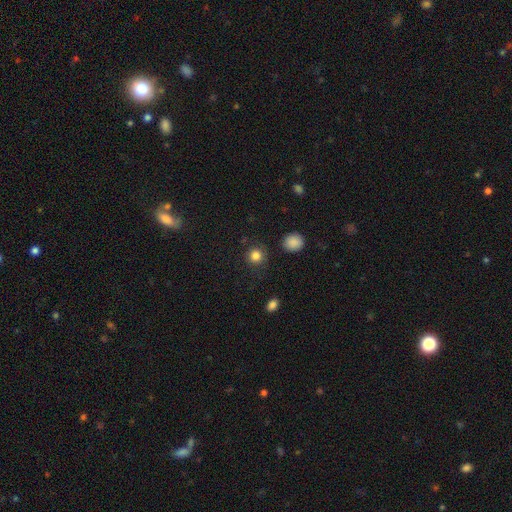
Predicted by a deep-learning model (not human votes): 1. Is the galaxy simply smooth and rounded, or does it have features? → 84% smooth, 11% star or artifact, 5% featured or disk.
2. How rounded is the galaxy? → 92% round, 7% in between, 1% cigar-shaped.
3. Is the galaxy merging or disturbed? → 86% none, 9% minor disturbance, 3% major disturbance, 2% merger.